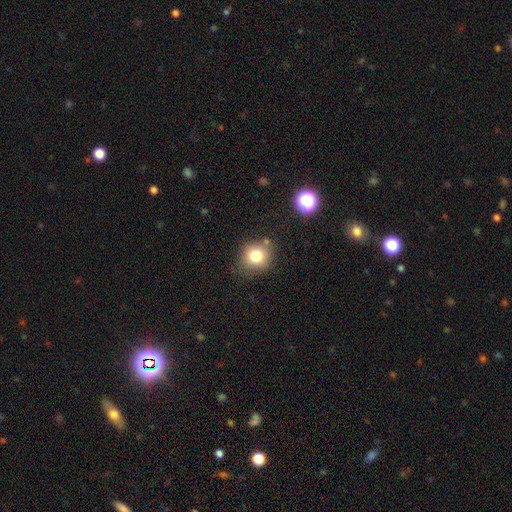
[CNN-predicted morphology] Q: Smooth or featured?
A: smooth (79%); runner-up: star or artifact (13%)
Q: How rounded?
A: round (84%); runner-up: in between (15%)
Q: Merging?
A: none (77%); runner-up: minor disturbance (14%)